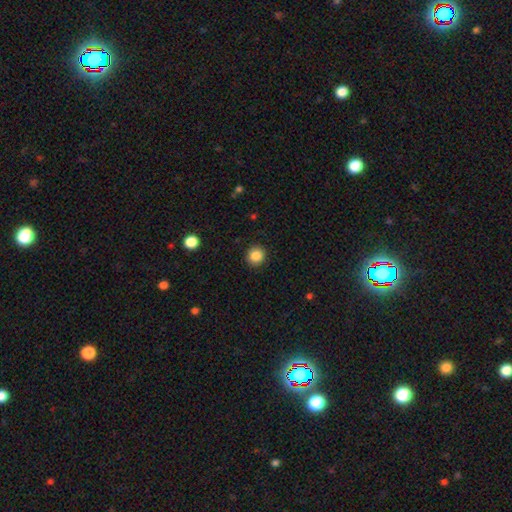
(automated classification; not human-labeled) smooth-or-featured: smooth: 87% | star or artifact: 10% | featured or disk: 4%
  how-rounded: round: 93% | in between: 6% | cigar-shaped: 1%
  merging: none: 92% | minor disturbance: 5% | major disturbance: 2% | merger: 1%